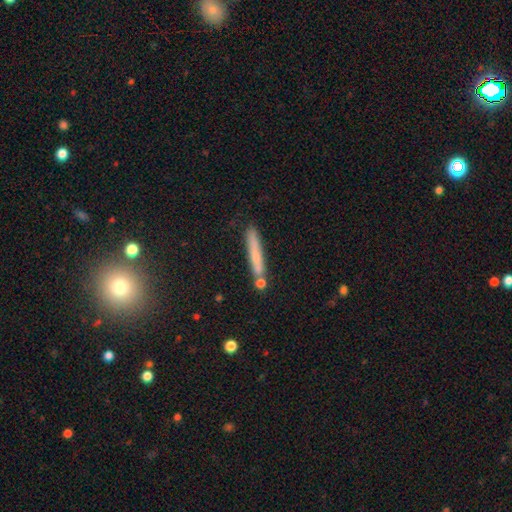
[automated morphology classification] Smooth or featured: smooth — 64% (featured or disk — 28%)
How rounded: cigar-shaped — 94% (in between — 4%)
Merging: none — 77% (minor disturbance — 12%)